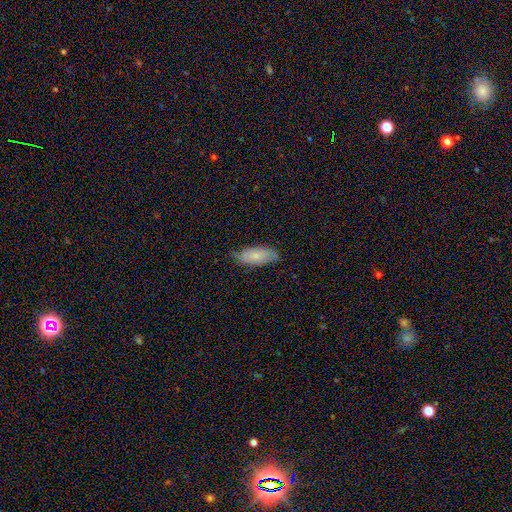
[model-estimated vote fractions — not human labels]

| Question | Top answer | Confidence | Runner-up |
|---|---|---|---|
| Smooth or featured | smooth | 67% | featured or disk (26%) |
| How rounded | in between | 80% | cigar-shaped (18%) |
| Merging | none | 69% | minor disturbance (25%) |